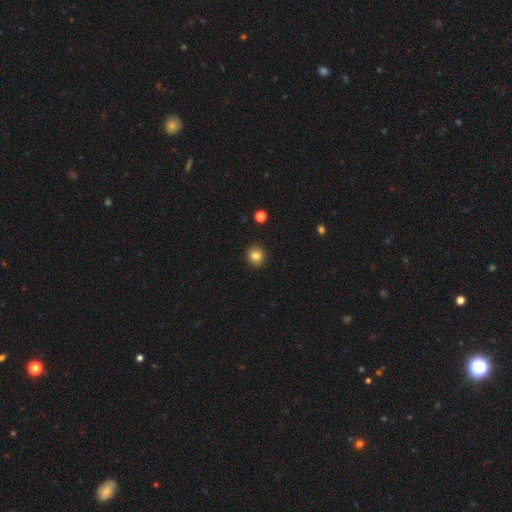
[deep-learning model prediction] smooth_or_featured: smooth (p=0.83) [alt: star or artifact p=0.11]
how_rounded: round (p=0.83) [alt: in between p=0.16]
merging: none (p=0.91) [alt: minor disturbance p=0.06]